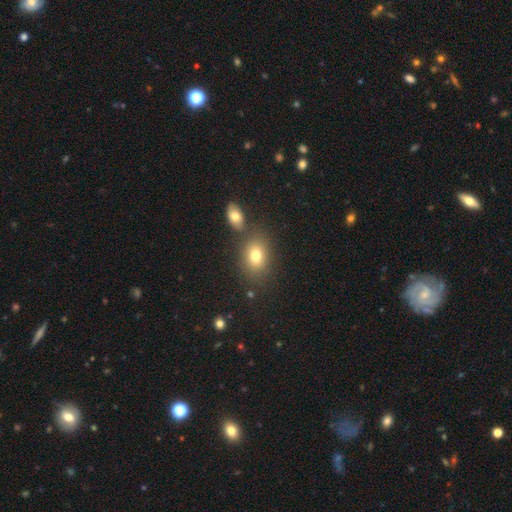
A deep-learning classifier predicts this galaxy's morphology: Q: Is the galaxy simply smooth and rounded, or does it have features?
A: smooth — 77%.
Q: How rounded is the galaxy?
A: in between — 72%.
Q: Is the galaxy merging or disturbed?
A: none — 68%.